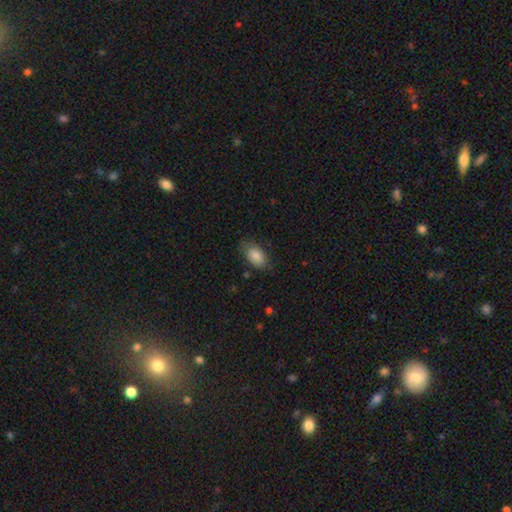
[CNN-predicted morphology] A smooth galaxy with no disk features (83%) that is in between round and cigar-shaped (92%). Merging: none (74%).